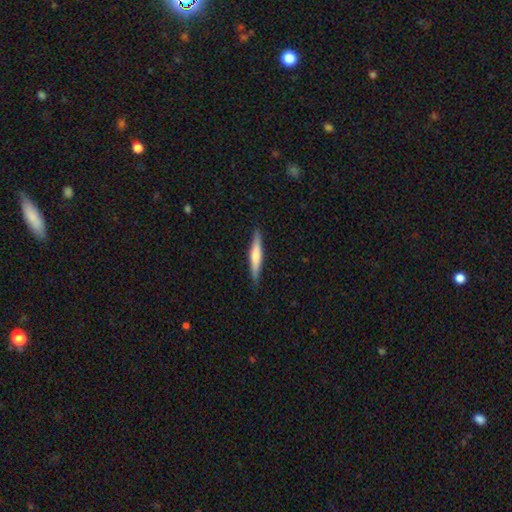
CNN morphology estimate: Q: Smooth or featured?
A: smooth (53%); runner-up: featured or disk (42%)
Q: How rounded?
A: cigar-shaped (91%); runner-up: in between (7%)
Q: Merging?
A: none (88%); runner-up: minor disturbance (9%)